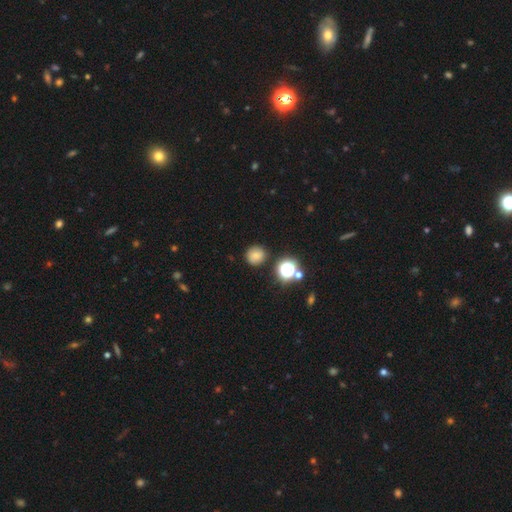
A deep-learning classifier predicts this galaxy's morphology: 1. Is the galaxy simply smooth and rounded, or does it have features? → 76% smooth, 16% star or artifact, 7% featured or disk.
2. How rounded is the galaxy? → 91% round, 8% in between, 1% cigar-shaped.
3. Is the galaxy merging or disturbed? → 86% none, 8% minor disturbance, 3% merger, 3% major disturbance.